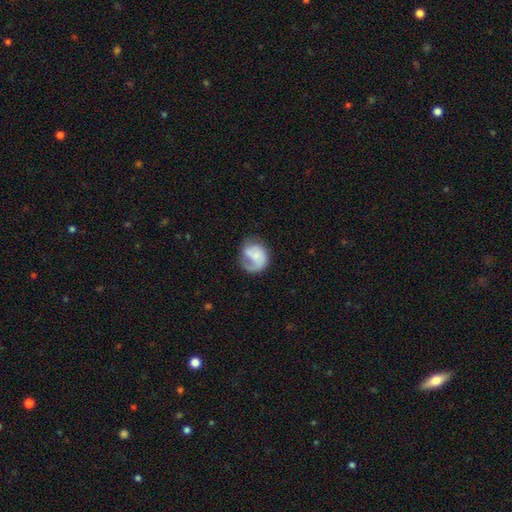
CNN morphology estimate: The model was most divided on "smooth or featured": featured or disk: 48%, smooth: 45%, star or artifact: 7%. Remaining: merging — none (43%).